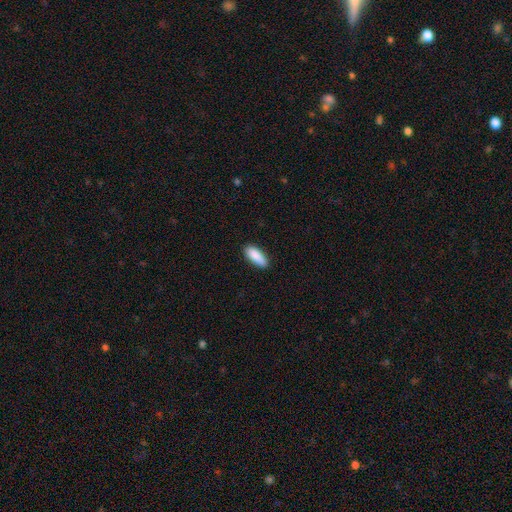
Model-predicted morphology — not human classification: Smooth or featured?
  - smooth: 89% *
  - star or artifact: 6%
  - featured or disk: 5%
How rounded?
  - in between: 74% *
  - cigar-shaped: 24%
  - round: 2%
Merging?
  - none: 83% *
  - minor disturbance: 13%
  - major disturbance: 2%
  - merger: 1%